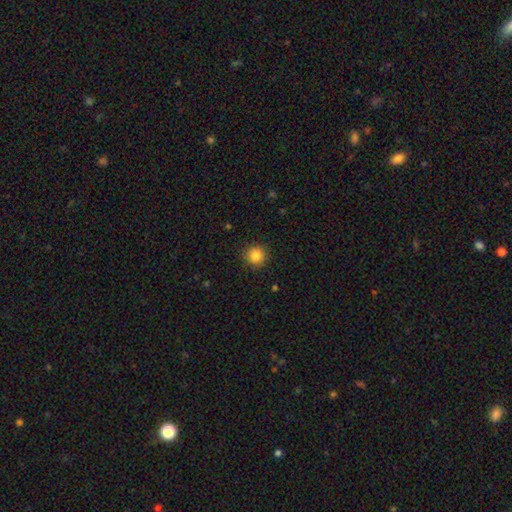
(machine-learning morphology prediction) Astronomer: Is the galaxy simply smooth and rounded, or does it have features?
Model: smooth — 85%.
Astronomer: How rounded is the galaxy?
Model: round — 94%.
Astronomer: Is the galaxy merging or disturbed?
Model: none — 90%.